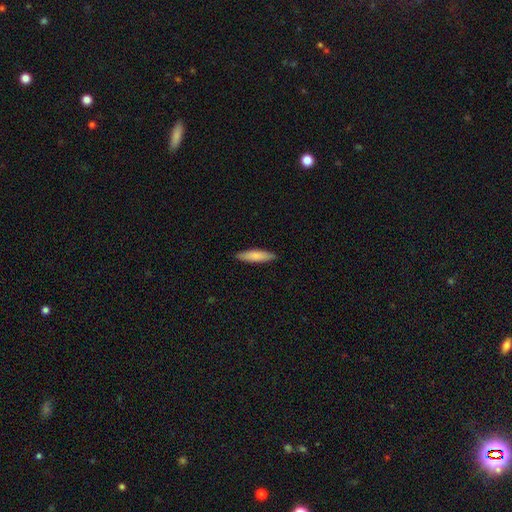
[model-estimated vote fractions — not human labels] A smooth galaxy with no disk features (82%) that is cigar-shaped (70%).

Vote fractions:
- Smooth or featured? smooth: 82% / featured or disk: 13% / star or artifact: 5%
- How rounded? cigar-shaped: 70% / in between: 29% / round: 1%
- Merging? none: 88% / minor disturbance: 9% / major disturbance: 2% / merger: 1%